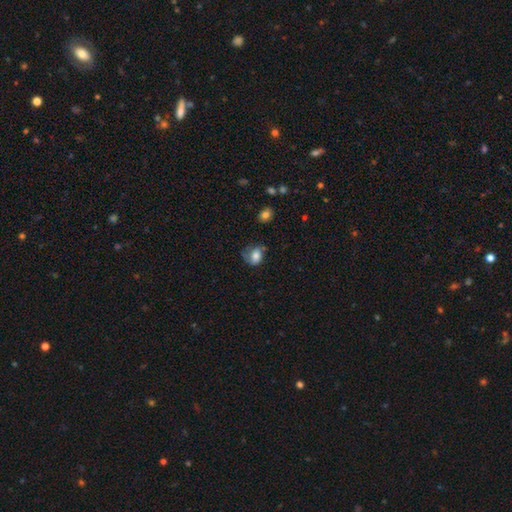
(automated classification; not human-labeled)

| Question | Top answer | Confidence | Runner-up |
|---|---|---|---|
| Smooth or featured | smooth | 64% | featured or disk (26%) |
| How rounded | in between | 58% | round (41%) |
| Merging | none | 41% | minor disturbance (32%) |